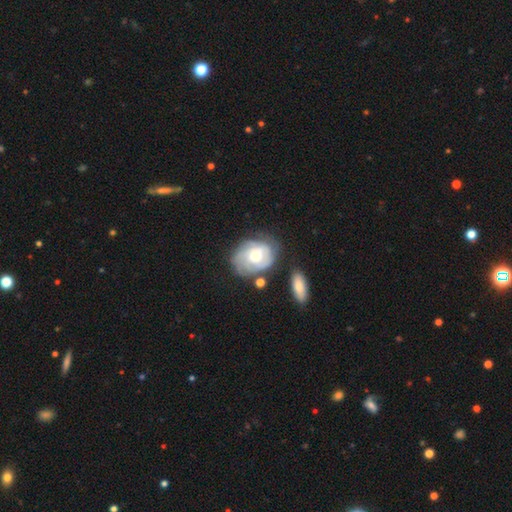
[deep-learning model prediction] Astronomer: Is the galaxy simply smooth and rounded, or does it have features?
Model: featured or disk — 63%.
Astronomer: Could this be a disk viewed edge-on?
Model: no — 96%.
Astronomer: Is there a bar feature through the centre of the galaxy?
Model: no — 71%.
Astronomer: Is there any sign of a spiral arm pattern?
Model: yes — 81%.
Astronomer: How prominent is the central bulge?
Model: moderate — 59%.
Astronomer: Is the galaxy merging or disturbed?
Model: none — 58%.